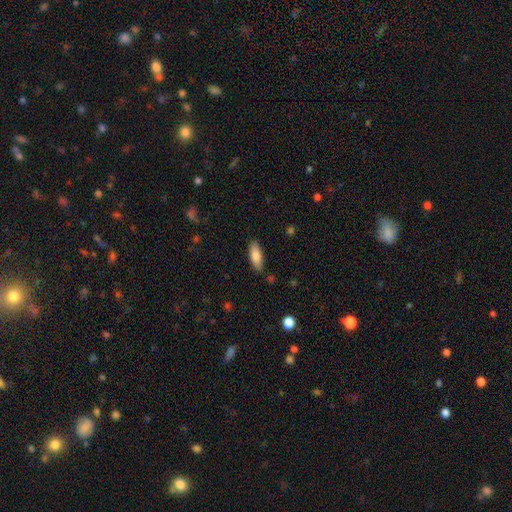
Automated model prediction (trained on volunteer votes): smooth_or_featured: smooth (p=0.82) [alt: featured or disk p=0.12]
how_rounded: in between (p=0.72) [alt: cigar-shaped p=0.26]
merging: none (p=0.85) [alt: minor disturbance p=0.11]